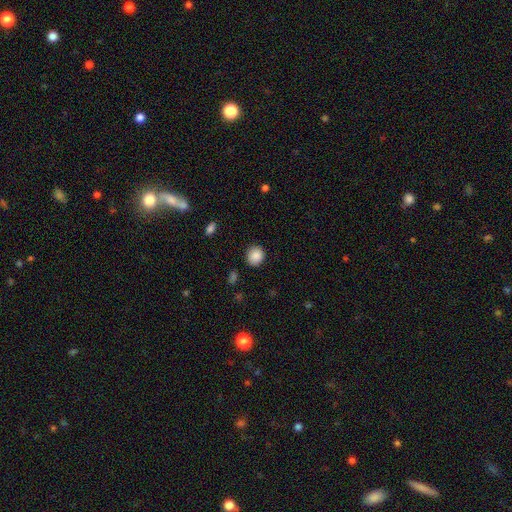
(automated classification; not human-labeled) Overall: smooth (88%). How rounded: round (82%). Merging: none (86%).